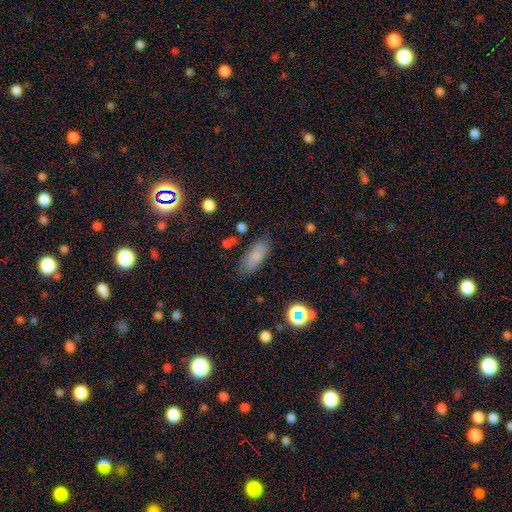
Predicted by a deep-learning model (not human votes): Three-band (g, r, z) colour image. It shows a smooth galaxy with no disk features (76%) that is in between round and cigar-shaped (79%). Merging: none (75%).